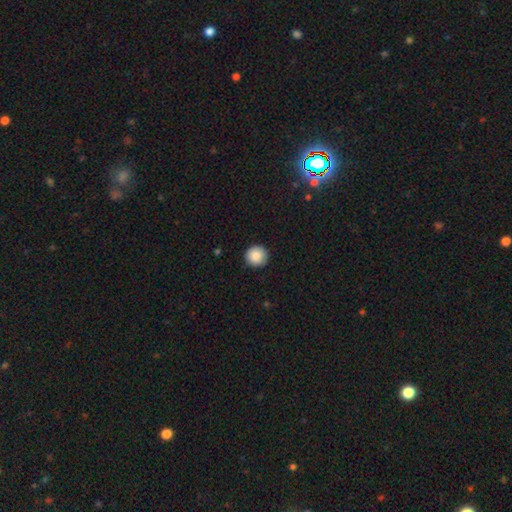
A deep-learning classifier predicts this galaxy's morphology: Smooth or featured: smooth — 88% (star or artifact — 8%)
How rounded: round — 94% (in between — 5%)
Merging: none — 91% (minor disturbance — 6%)